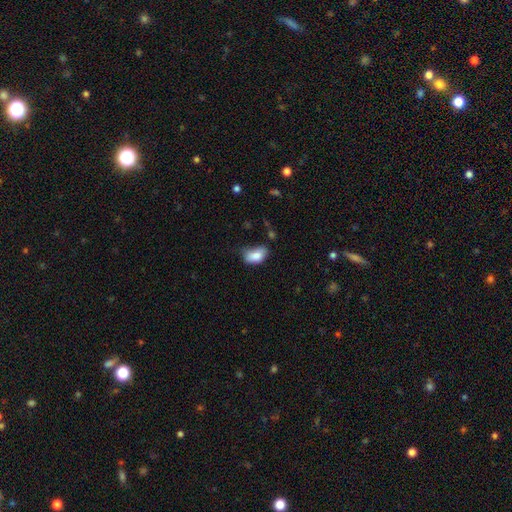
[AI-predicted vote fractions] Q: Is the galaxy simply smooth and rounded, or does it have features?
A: smooth — 83%.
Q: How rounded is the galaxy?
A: in between — 89%.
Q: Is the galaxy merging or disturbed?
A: none — 41%.